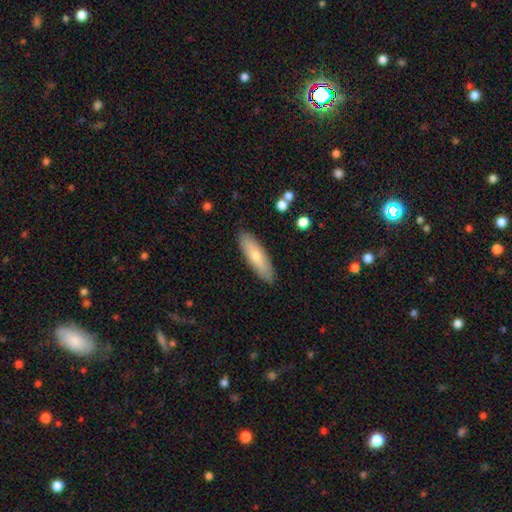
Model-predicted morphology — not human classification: A smooth galaxy with no disk features (65%) that is cigar-shaped (58%). Merging: none (89%).